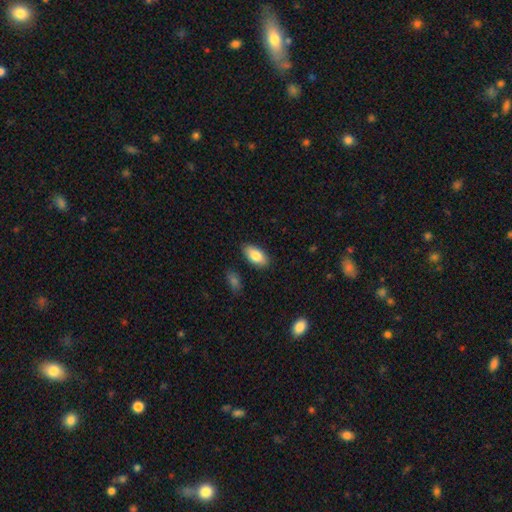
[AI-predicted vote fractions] smooth_or_featured: smooth (p=0.83) [alt: featured or disk p=0.10]
how_rounded: in between (p=0.92) [alt: cigar-shaped p=0.05]
merging: none (p=0.85) [alt: minor disturbance p=0.11]